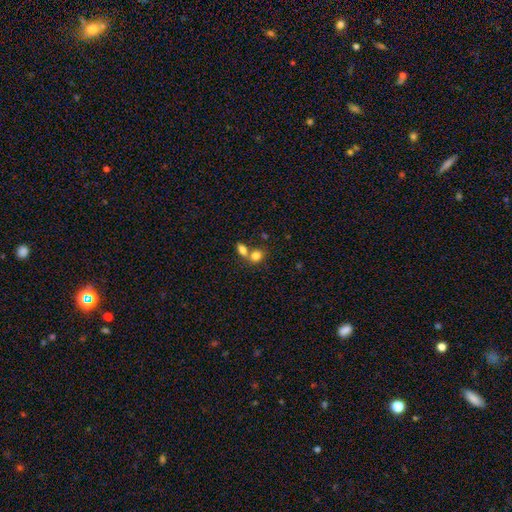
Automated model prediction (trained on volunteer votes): This is clearly a smooth galaxy (81%). How rounded: possibly in between (53%). Merging: possibly merger (53%).